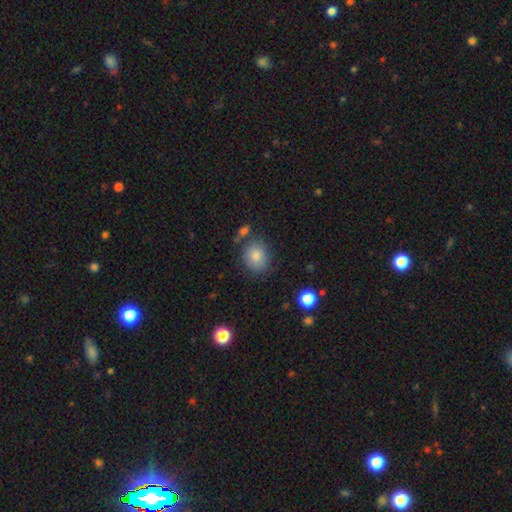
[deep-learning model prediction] Morphology: type=smooth (81%); roundness=round (56%); merging=none (76%).